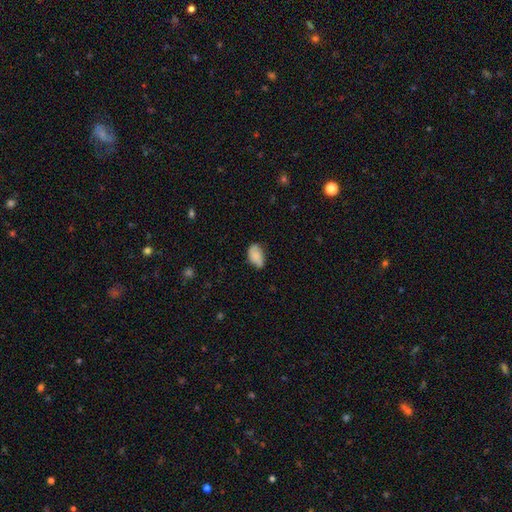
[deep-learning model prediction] smooth_or_featured: smooth (p=0.78) [alt: featured or disk p=0.14]
how_rounded: in between (p=0.90) [alt: round p=0.08]
merging: none (p=0.59) [alt: minor disturbance p=0.32]